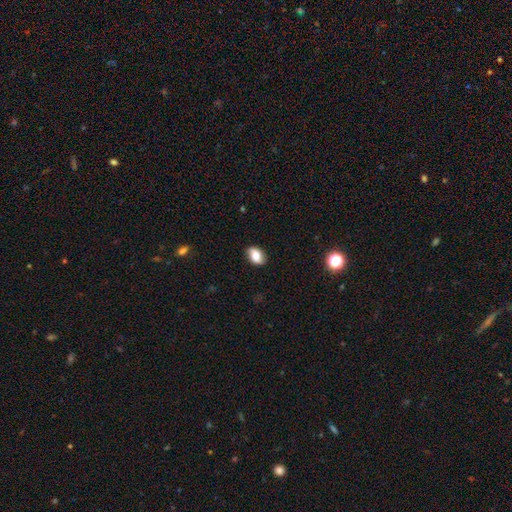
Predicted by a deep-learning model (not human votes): smooth_or_featured: smooth (p=0.64) [alt: featured or disk p=0.27]
how_rounded: in between (p=0.85) [alt: round p=0.13]
merging: none (p=0.82) [alt: minor disturbance p=0.14]